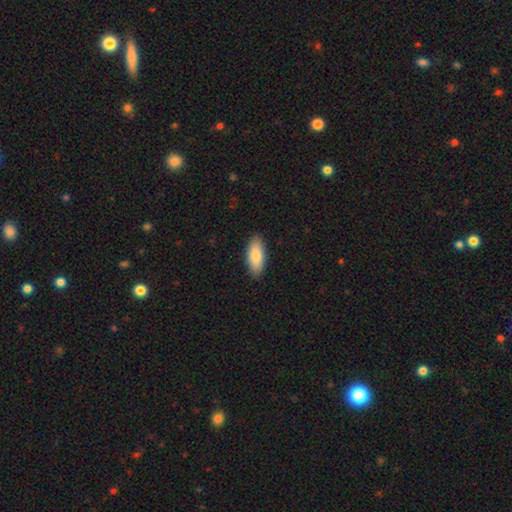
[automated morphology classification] Smooth or featured? smooth (82%)
How rounded? in between (82%)
Merging? none (89%)